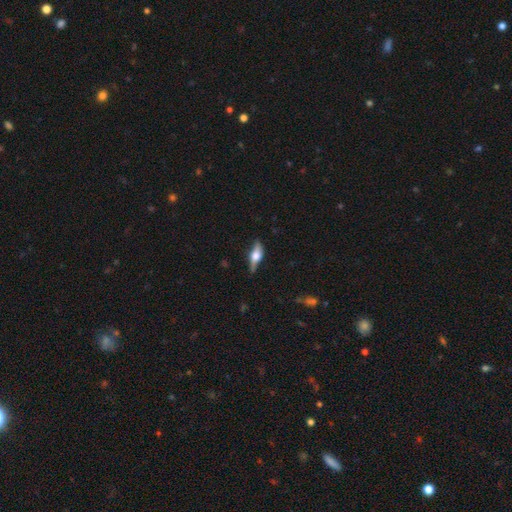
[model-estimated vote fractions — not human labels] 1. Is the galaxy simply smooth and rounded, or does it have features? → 58% featured or disk, 35% smooth, 7% star or artifact.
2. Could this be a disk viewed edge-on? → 91% yes, 9% no.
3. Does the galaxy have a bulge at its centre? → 91% rounded, 8% boxy, 2% none.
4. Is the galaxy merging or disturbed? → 74% none, 19% minor disturbance, 5% major disturbance, 2% merger.